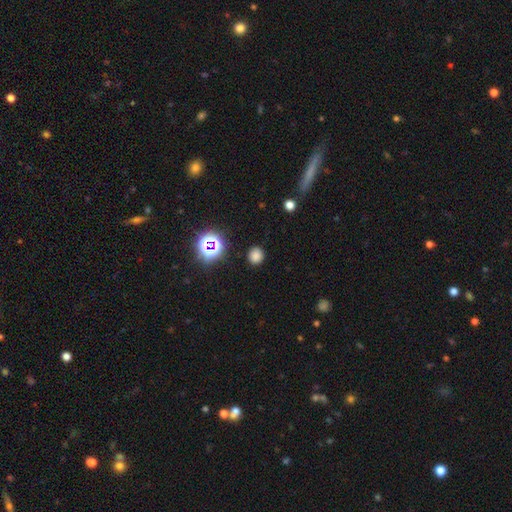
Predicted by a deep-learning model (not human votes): This appears to be a smooth galaxy with no disk features (76%) that is round (86%). Merging: none (89%).